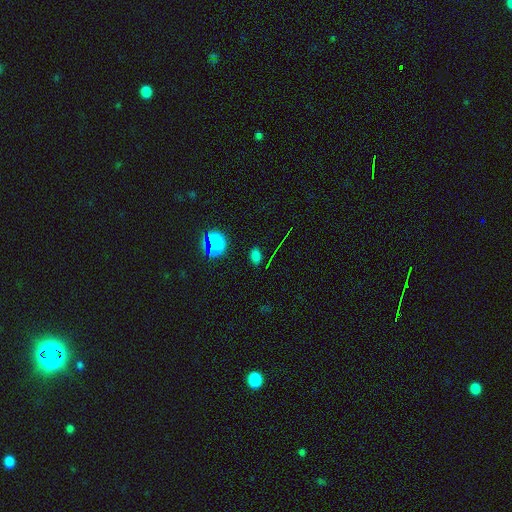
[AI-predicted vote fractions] Smooth or featured? Predicted: smooth (p=0.62). How rounded? Predicted: in between (p=0.73). Merging? Predicted: none (p=0.83).